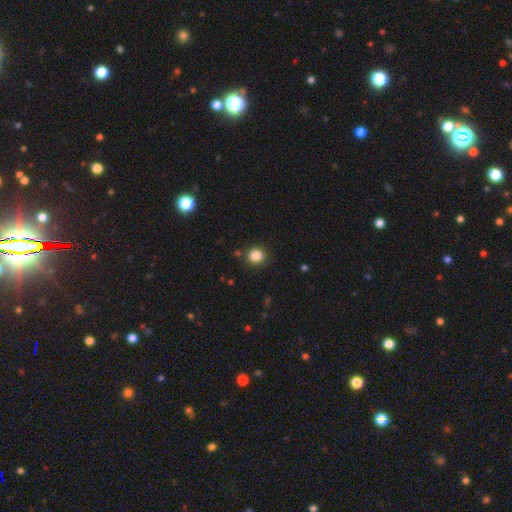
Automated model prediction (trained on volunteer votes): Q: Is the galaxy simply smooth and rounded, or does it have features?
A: smooth — 85%.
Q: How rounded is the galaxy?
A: round — 84%.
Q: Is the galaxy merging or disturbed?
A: none — 85%.